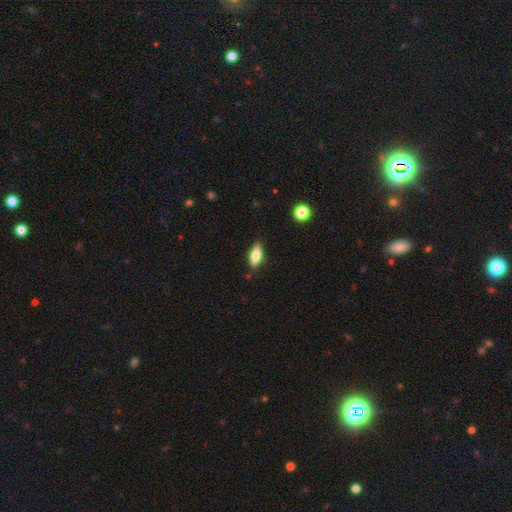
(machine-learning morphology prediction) smooth 62%, featured or disk 31%, star or artifact 7%. Down the decision tree: how rounded — in between (62%); merging — none (84%).